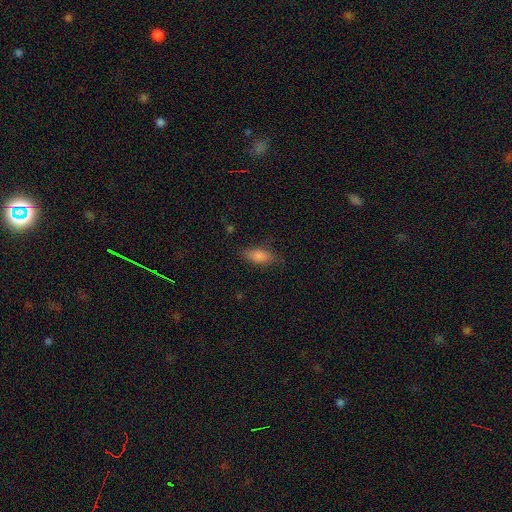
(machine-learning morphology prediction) Smooth or featured? smooth (79%)
How rounded? in between (79%)
Merging? none (78%)